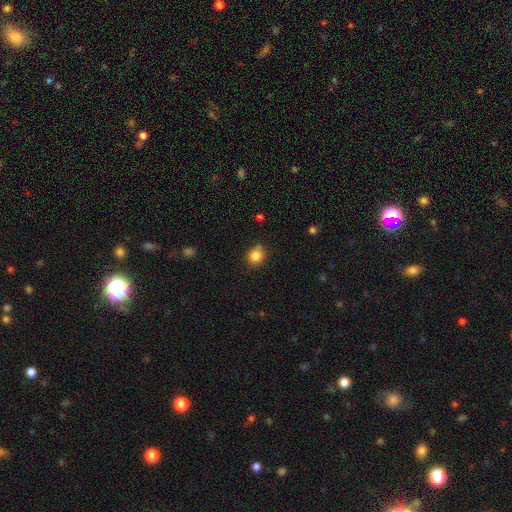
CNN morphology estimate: The model was most divided on "merging": none: 76%, minor disturbance: 16%, merger: 5%, major disturbance: 3%. More confident: smooth or featured — smooth (84%); how rounded — round (80%).